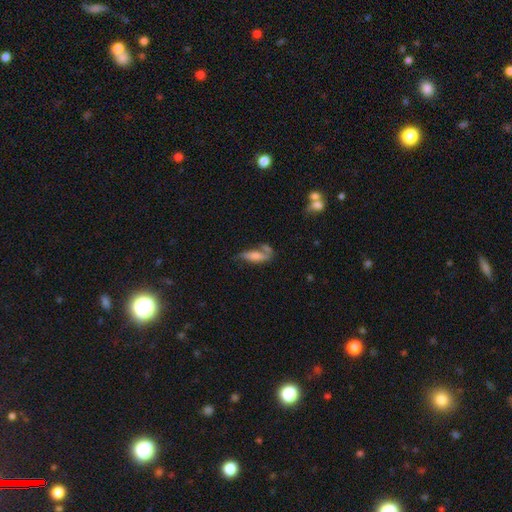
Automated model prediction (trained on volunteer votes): Smooth or featured?
  - smooth: 63% *
  - featured or disk: 28%
  - star or artifact: 8%
How rounded?
  - in between: 53% *
  - cigar-shaped: 45%
  - round: 3%
Merging?
  - none: 39% *
  - merger: 24%
  - minor disturbance: 23%
  - major disturbance: 15%